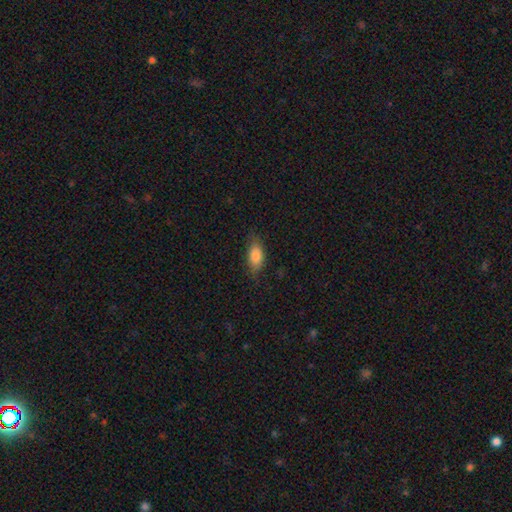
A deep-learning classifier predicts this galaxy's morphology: Smooth or featured?
  - smooth: 84% *
  - featured or disk: 9%
  - star or artifact: 8%
How rounded?
  - in between: 87% *
  - cigar-shaped: 9%
  - round: 5%
Merging?
  - none: 78% *
  - minor disturbance: 17%
  - major disturbance: 4%
  - merger: 1%